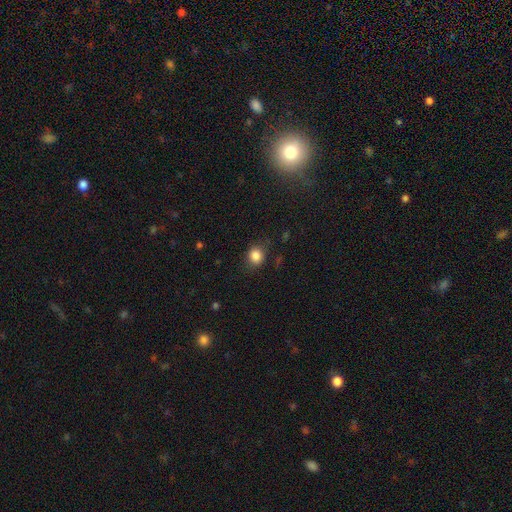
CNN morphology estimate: A smooth galaxy with no disk features (84%) that is round (72%).

Vote fractions:
- Smooth or featured? smooth: 84% / star or artifact: 11% / featured or disk: 5%
- How rounded? round: 72% / in between: 27% / cigar-shaped: 1%
- Merging? none: 79% / minor disturbance: 15% / major disturbance: 4% / merger: 1%